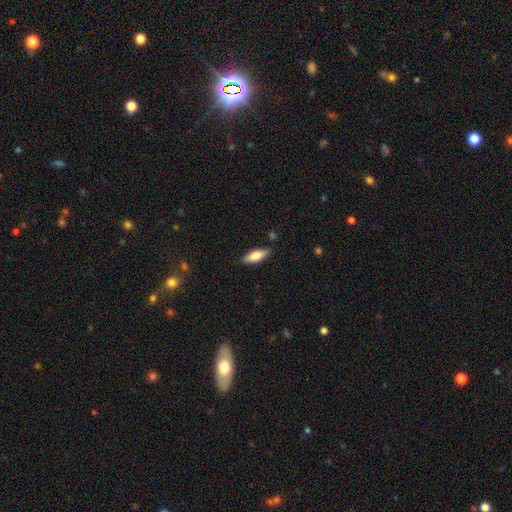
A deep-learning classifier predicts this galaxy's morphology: A smooth galaxy with no disk features (74%) that is in between round and cigar-shaped (66%). Merging: none (86%).